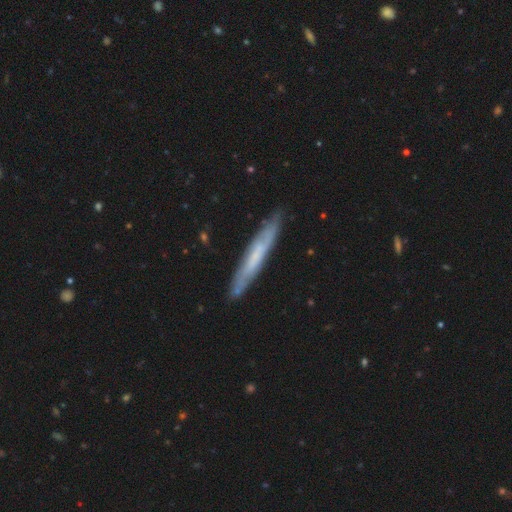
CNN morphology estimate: type=featured or disk (53%); edge-on=yes (79%); merging=none (85%).